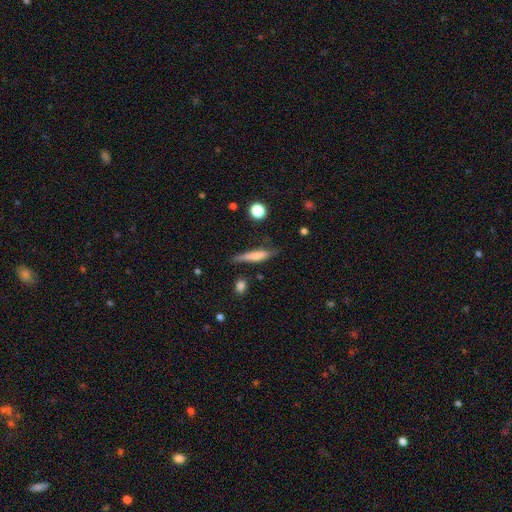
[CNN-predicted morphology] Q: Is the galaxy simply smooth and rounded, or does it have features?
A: smooth — 64%.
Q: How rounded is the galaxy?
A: cigar-shaped — 84%.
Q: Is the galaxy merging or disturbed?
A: none — 66%.